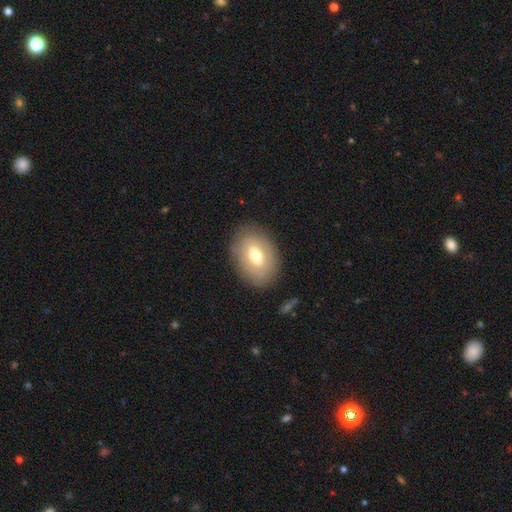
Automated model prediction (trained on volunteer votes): Smooth or featured?
  - smooth: 62% *
  - featured or disk: 31%
  - star or artifact: 8%
How rounded?
  - in between: 79% *
  - round: 20%
  - cigar-shaped: 1%
Merging?
  - none: 82% *
  - minor disturbance: 12%
  - major disturbance: 4%
  - merger: 1%